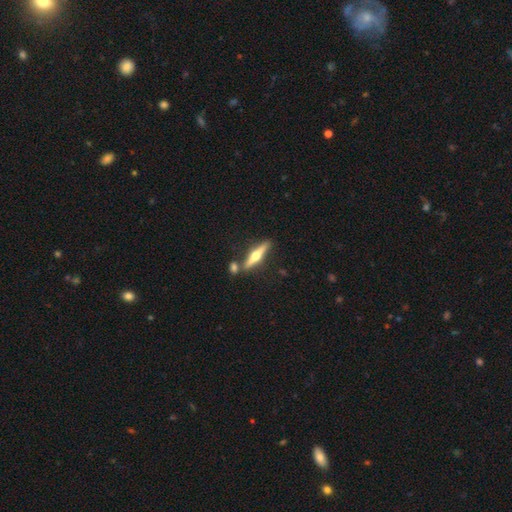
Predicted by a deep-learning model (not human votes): Q: Smooth or featured?
A: featured or disk (65%); runner-up: smooth (30%)
Q: Edge-on disk?
A: yes (96%); runner-up: no (4%)
Q: Edge-on bulge?
A: rounded (95%); runner-up: none (3%)
Q: Merging?
A: none (76%); runner-up: merger (12%)